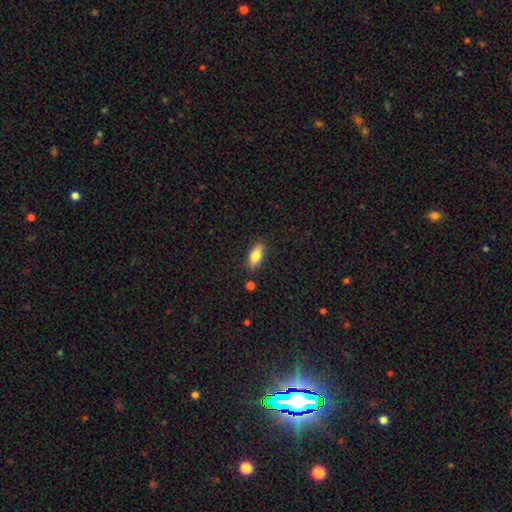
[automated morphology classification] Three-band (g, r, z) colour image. It shows a smooth galaxy with no disk features (82%) that is in between round and cigar-shaped (84%). Merging: none (85%).